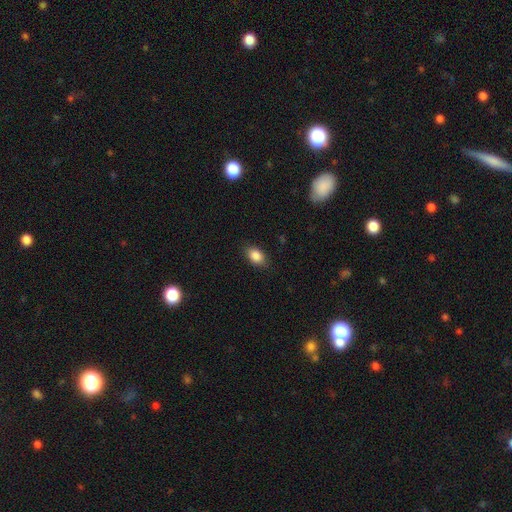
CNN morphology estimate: A smooth galaxy with no disk features (87%) that is in between round and cigar-shaped (85%).

Vote fractions:
- Smooth or featured? smooth: 87% / star or artifact: 8% / featured or disk: 5%
- How rounded? in between: 85% / round: 13% / cigar-shaped: 2%
- Merging? none: 85% / minor disturbance: 11% / major disturbance: 3% / merger: 1%